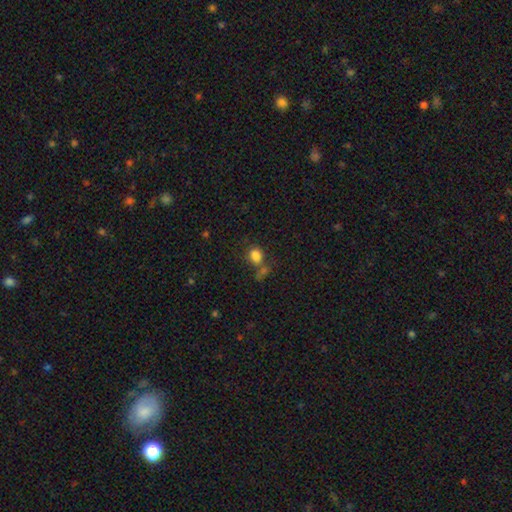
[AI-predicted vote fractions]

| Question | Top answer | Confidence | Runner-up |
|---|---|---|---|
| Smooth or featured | smooth | 81% | star or artifact (12%) |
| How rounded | round | 58% | in between (40%) |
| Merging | none | 49% | merger (28%) |